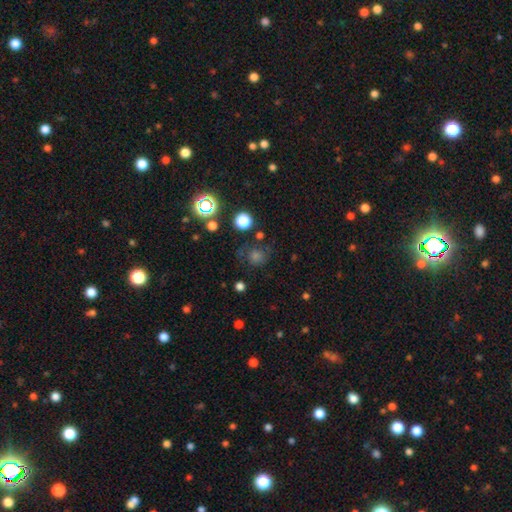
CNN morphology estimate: star or artifact 42% (tied), smooth 42% (tied), featured or disk 16%.